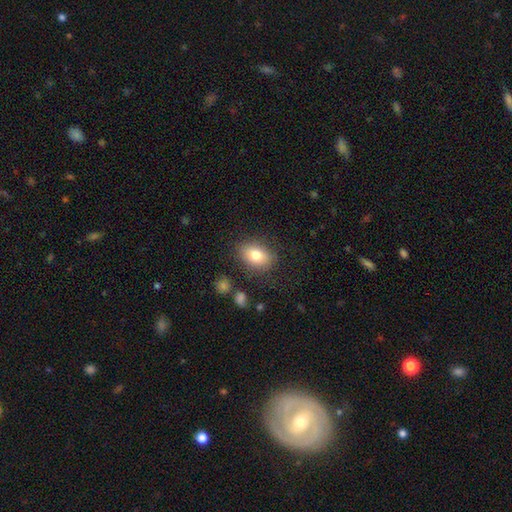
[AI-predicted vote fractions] This is likely a smooth galaxy (79%). How rounded: likely in between (77%). Merging: clearly none (82%).